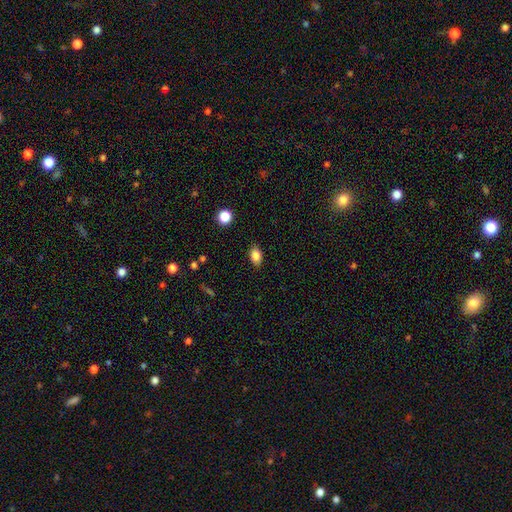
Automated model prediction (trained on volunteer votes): smooth_or_featured: smooth (p=0.84) [alt: star or artifact p=0.09]
how_rounded: in between (p=0.85) [alt: round p=0.13]
merging: none (p=0.87) [alt: minor disturbance p=0.10]